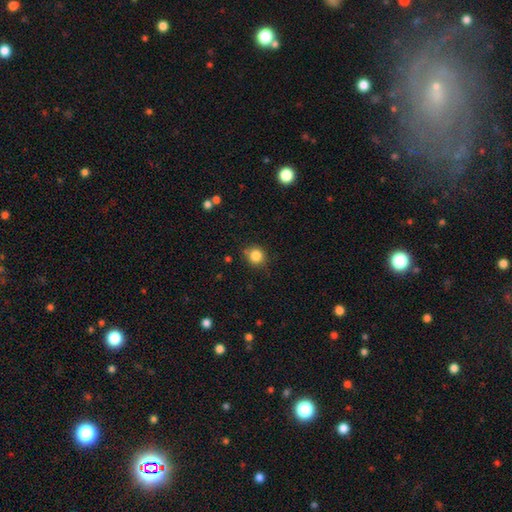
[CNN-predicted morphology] Smooth or featured? smooth (84%)
How rounded? round (89%)
Merging? none (81%)